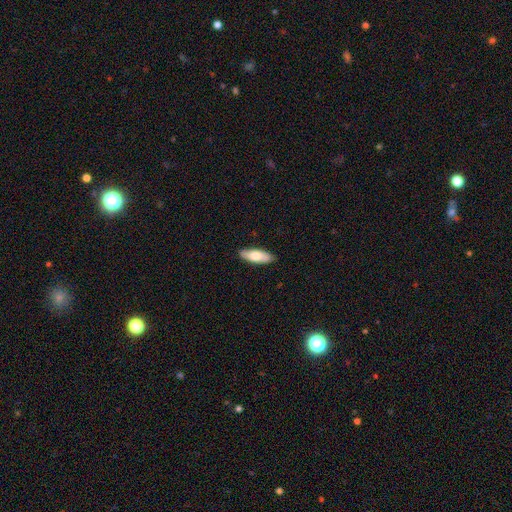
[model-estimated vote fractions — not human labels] Smooth or featured? smooth (73%)
How rounded? in between (66%)
Merging? none (88%)